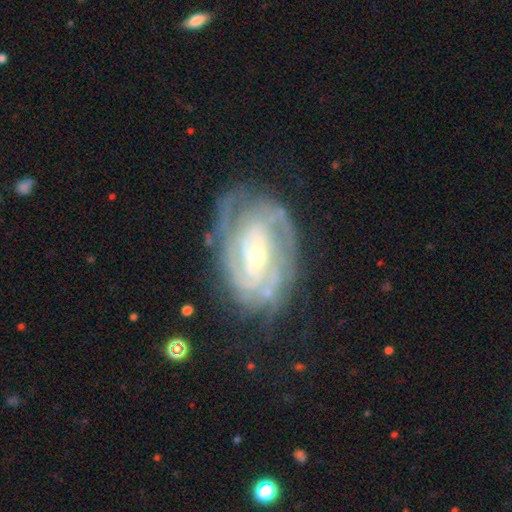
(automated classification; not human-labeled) Overall: featured or disk (88%). Edge-on disk: no (96%). Bar: weak (45%; strong 29%). Spiral arms: yes (96%). Spiral arm count: can't tell (29%; 2 24%). Spiral winding: tight (70%). Bulge size: small (61%; moderate 35%). Merging: none (70%).